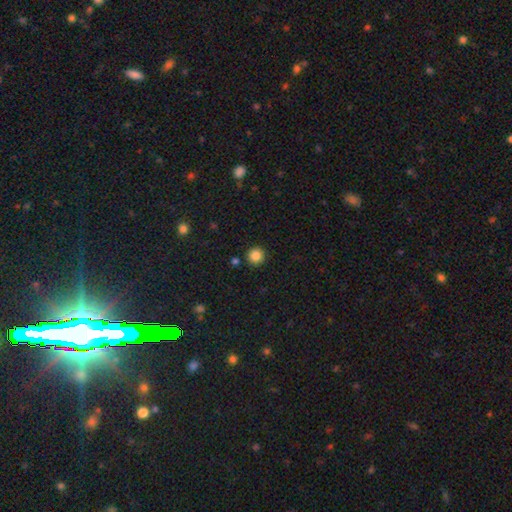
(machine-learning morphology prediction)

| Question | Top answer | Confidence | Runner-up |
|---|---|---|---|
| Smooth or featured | smooth | 85% | star or artifact (11%) |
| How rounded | round | 94% | in between (5%) |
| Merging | none | 90% | minor disturbance (6%) |